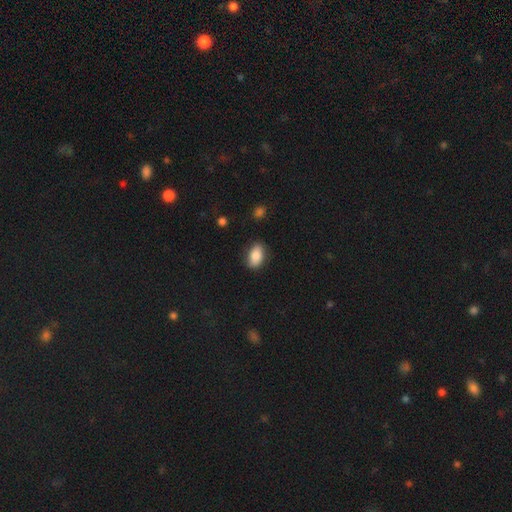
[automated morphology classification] A smooth galaxy with no disk features (85%) that is in between round and cigar-shaped (90%). Merging: none (83%).